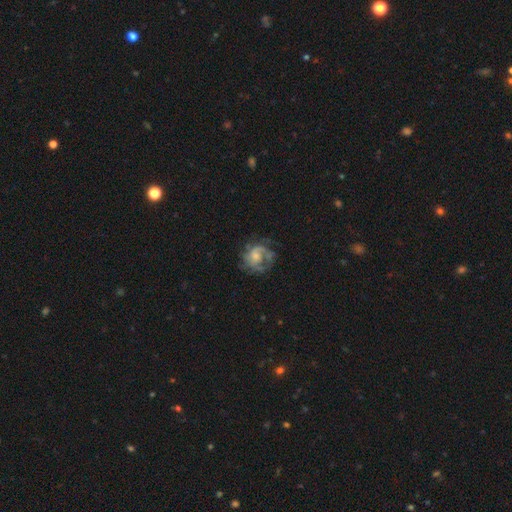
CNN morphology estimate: Smooth or featured? Predicted: featured or disk (p=0.66). Edge-on disk? Predicted: no (p=0.98). Bar? Predicted: no (p=0.73). Spiral arms? Predicted: yes (p=0.76). Bulge size? Predicted: moderate (p=0.41). Merging? Predicted: none (p=0.53).